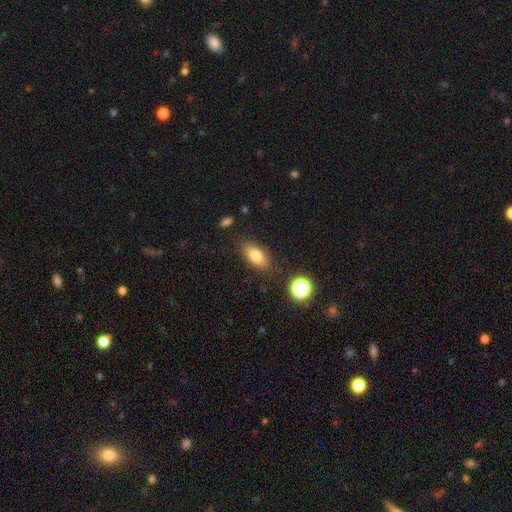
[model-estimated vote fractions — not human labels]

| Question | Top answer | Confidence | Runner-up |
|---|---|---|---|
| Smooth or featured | smooth | 79% | featured or disk (12%) |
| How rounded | in between | 85% | cigar-shaped (7%) |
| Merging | none | 82% | minor disturbance (12%) |